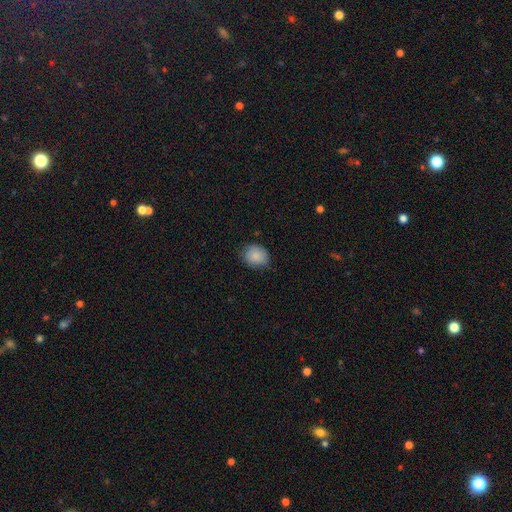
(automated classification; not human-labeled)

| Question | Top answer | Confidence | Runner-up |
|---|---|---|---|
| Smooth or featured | smooth | 87% | star or artifact (8%) |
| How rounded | round | 68% | in between (31%) |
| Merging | none | 78% | minor disturbance (18%) |